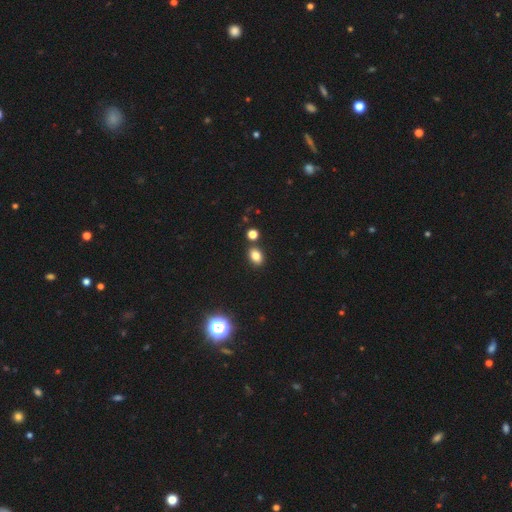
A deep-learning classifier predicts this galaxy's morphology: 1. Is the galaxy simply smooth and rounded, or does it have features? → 81% smooth, 13% star or artifact, 7% featured or disk.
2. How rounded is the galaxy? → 76% in between, 23% round, 1% cigar-shaped.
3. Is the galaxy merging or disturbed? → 79% none, 9% minor disturbance, 9% merger, 2% major disturbance.